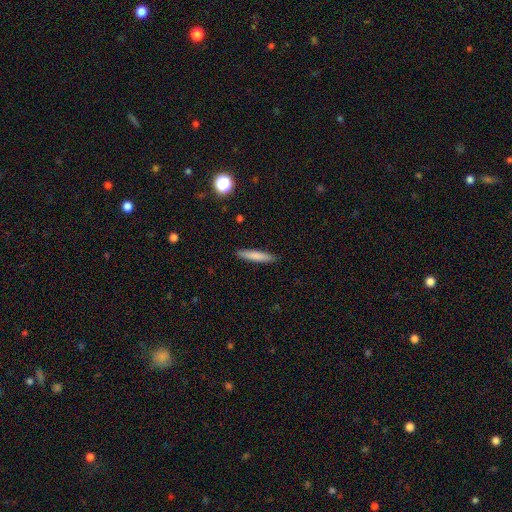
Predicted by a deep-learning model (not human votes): Smooth or featured: smooth — 79% (featured or disk — 14%)
How rounded: cigar-shaped — 89% (in between — 9%)
Merging: none — 90% (minor disturbance — 7%)